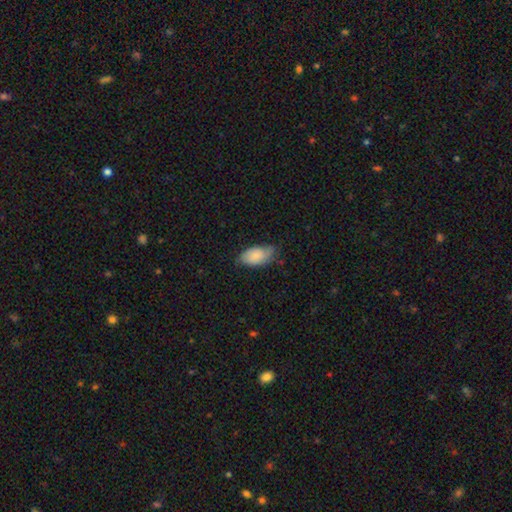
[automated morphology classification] Smooth or featured? smooth (76%)
How rounded? in between (94%)
Merging? none (62%)